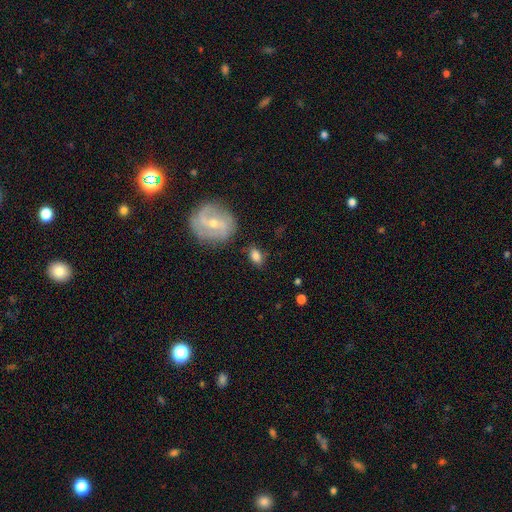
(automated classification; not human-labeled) A smooth galaxy with no disk features (74%) that is in between round and cigar-shaped (82%).

Vote fractions:
- Smooth or featured? smooth: 74% / featured or disk: 18% / star or artifact: 8%
- How rounded? in between: 82% / round: 15% / cigar-shaped: 3%
- Merging? none: 76% / minor disturbance: 15% / major disturbance: 5% / merger: 4%